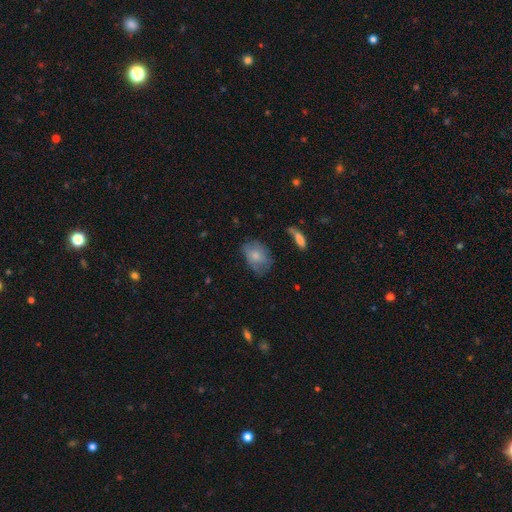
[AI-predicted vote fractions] Smooth or featured? smooth (71%)
How rounded? in between (77%)
Merging? none (53%)